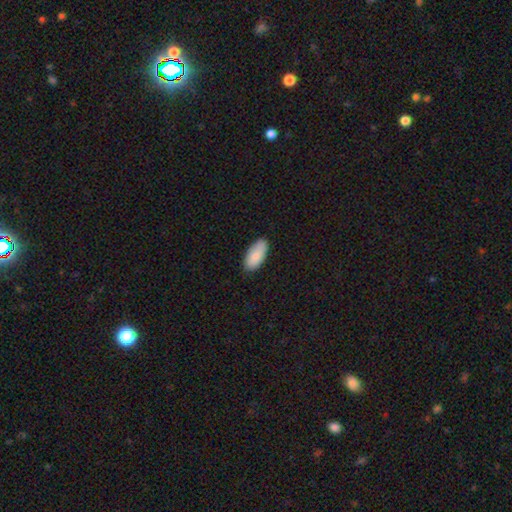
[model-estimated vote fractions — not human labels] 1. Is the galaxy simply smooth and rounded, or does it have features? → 88% smooth, 6% featured or disk, 6% star or artifact.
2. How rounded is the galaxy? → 91% in between, 7% cigar-shaped, 2% round.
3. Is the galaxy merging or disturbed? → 82% none, 15% minor disturbance, 2% major disturbance, 1% merger.